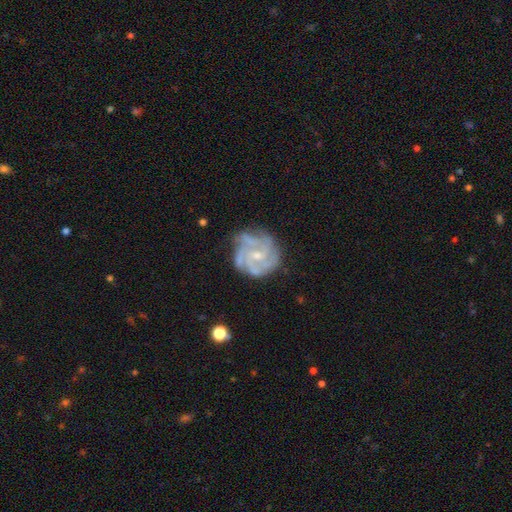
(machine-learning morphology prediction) A featured or disk galaxy (84%) with no bar (60%), 4 (34%) tight (57%) spiral arms (95%) and a small central bulge (60%).

Vote fractions:
- Smooth or featured? featured or disk: 84% / smooth: 9% / star or artifact: 7%
- Edge-on disk? no: 98% / yes: 2%
- Bar? no: 60% / weak: 35% / strong: 6%
- Spiral arms? yes: 95% / no: 5%
- Spiral winding? tight: 57% / medium: 35% / loose: 8%
- Spiral arm count? 4: 34% / 3: 25% / can't tell: 21% / 2: 8% / more than 4: 7% / 1: 5%
- Bulge size? small: 60% / moderate: 34% / none: 5% / large: 1% / dominant: 1%
- Merging? none: 68% / minor disturbance: 21% / major disturbance: 9% / merger: 2%